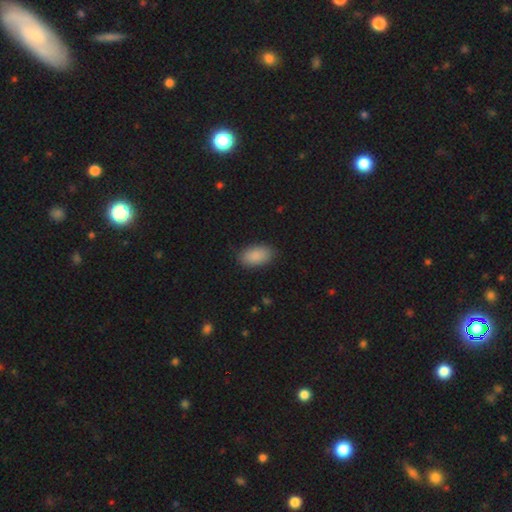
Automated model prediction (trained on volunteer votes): A smooth galaxy with no disk features (89%) that is in between round and cigar-shaped (94%).

Vote fractions:
- Smooth or featured? smooth: 89% / star or artifact: 7% / featured or disk: 4%
- How rounded? in between: 94% / round: 4% / cigar-shaped: 2%
- Merging? none: 85% / minor disturbance: 11% / major disturbance: 3% / merger: 1%